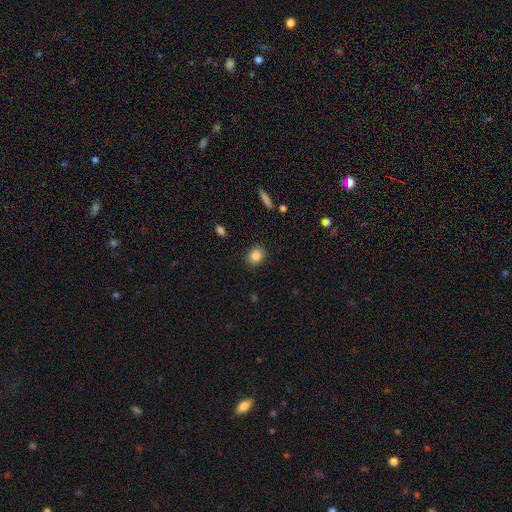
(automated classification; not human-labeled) This appears to be a smooth galaxy with no disk features (84%) that is round (61%). Merging: none (88%).